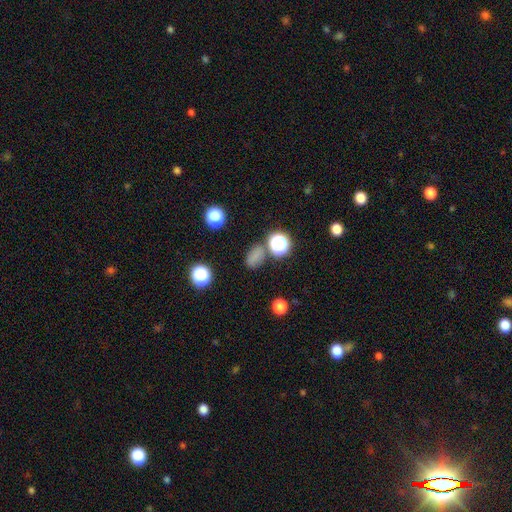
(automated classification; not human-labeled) Smooth or featured? smooth (71%)
How rounded? in between (72%)
Merging? none (74%)